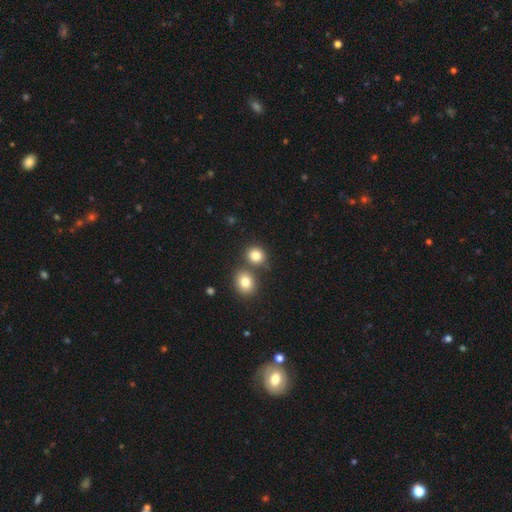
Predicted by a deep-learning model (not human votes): Overall: smooth (82%). How rounded: round (76%). Merging: none (62%; merger 25%).